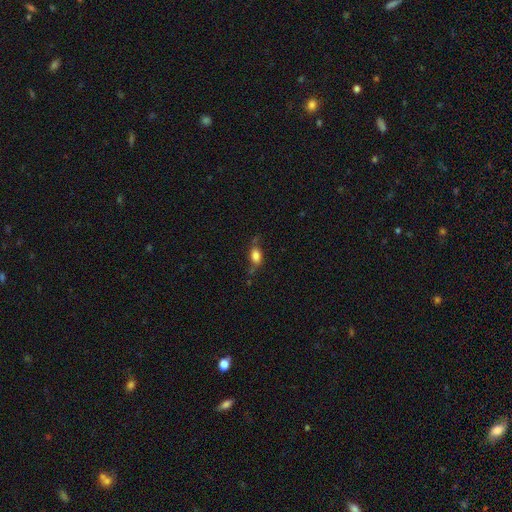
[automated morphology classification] A smooth galaxy with no disk features (76%) that is in between round and cigar-shaped (78%). Merging: none (56%).